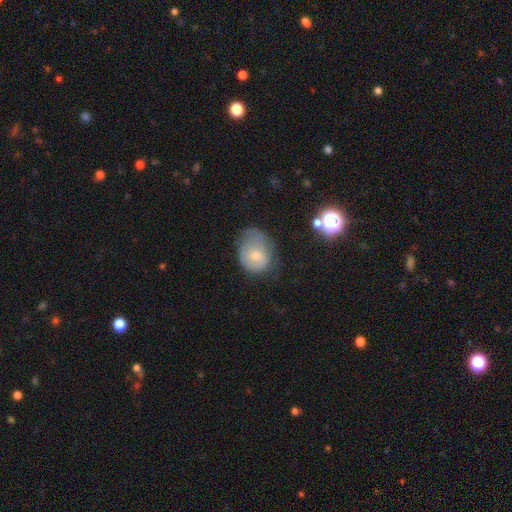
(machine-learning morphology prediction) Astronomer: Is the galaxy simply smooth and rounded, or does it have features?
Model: smooth — 62%.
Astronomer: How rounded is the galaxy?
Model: in between — 51% (runner-up: round, 48%).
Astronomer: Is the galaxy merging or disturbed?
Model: minor disturbance — 40% (runner-up: none, 33%).